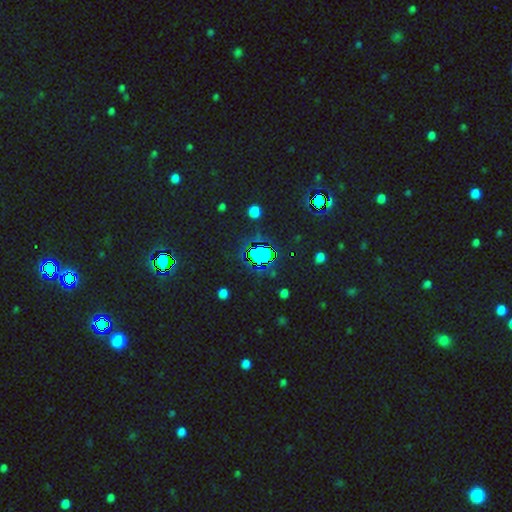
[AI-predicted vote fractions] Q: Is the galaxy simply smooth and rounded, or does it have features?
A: star or artifact — 72%.